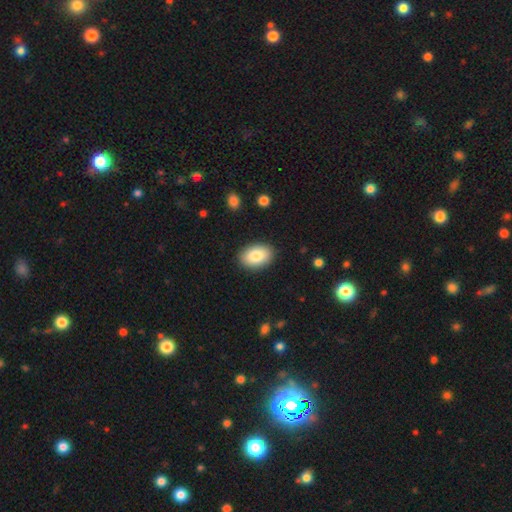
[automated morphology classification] A smooth galaxy with no disk features (83%) that is in between round and cigar-shaped (87%). Merging: none (88%).